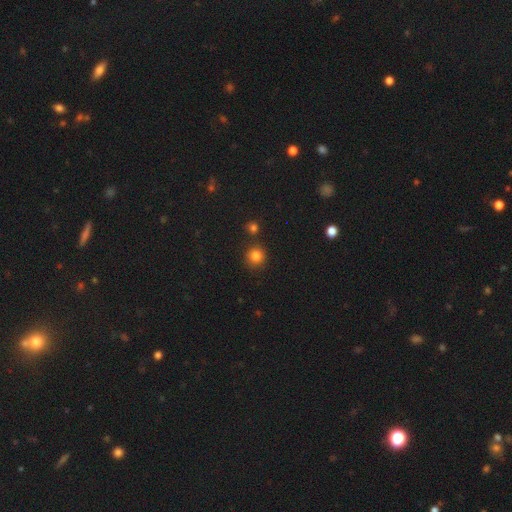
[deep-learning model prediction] A smooth galaxy with no disk features (82%) that is round (92%). Merging: none (82%).